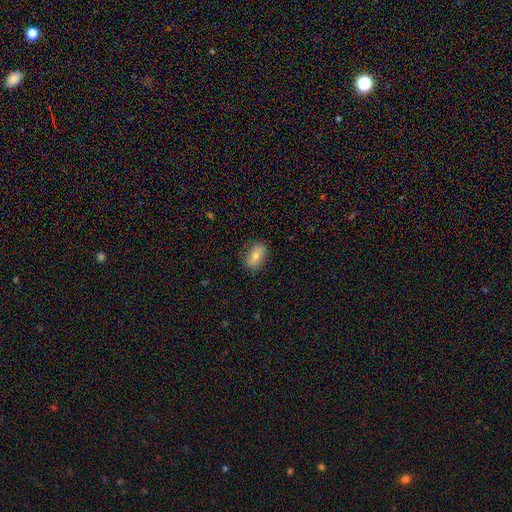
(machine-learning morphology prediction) smooth-or-featured: smooth: 62% | featured or disk: 28% | star or artifact: 10%
  how-rounded: in between: 84% | round: 13% | cigar-shaped: 3%
  merging: none: 85% | minor disturbance: 12% | major disturbance: 3% | merger: 1%